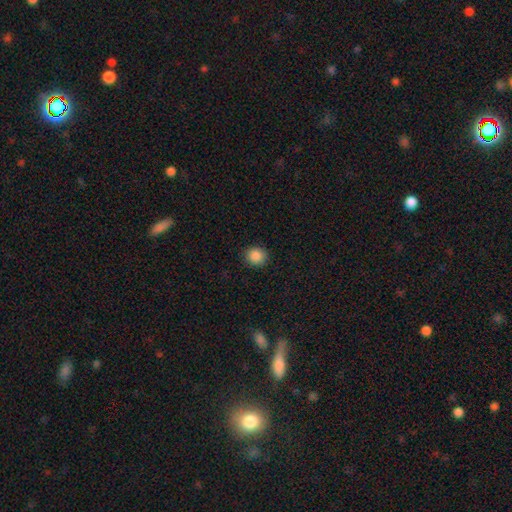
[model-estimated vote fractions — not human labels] Smooth or featured: smooth — 87% (star or artifact — 10%)
How rounded: round — 86% (in between — 13%)
Merging: none — 91% (minor disturbance — 6%)